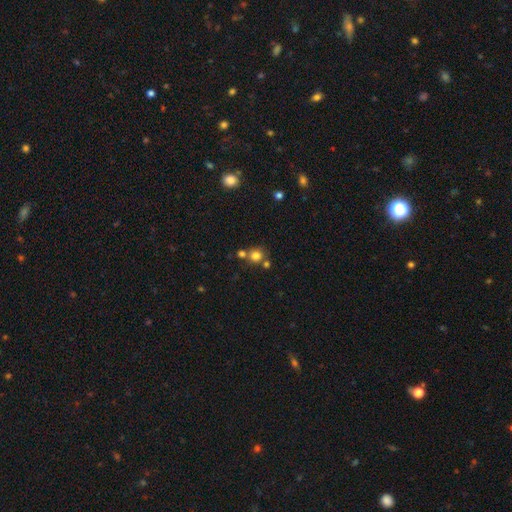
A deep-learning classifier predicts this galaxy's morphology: Smooth or featured: smooth — 77% (star or artifact — 14%)
How rounded: round — 88% (in between — 11%)
Merging: none — 63% (merger — 24%)